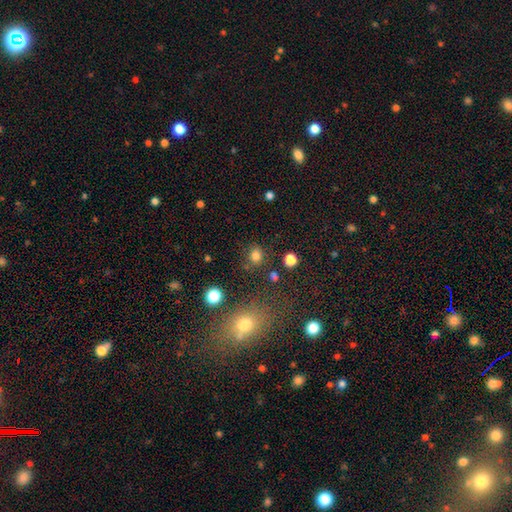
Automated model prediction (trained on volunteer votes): smooth 80%, star or artifact 14%, featured or disk 5%. Down the decision tree: how rounded — round (74%); merging — none (80%).